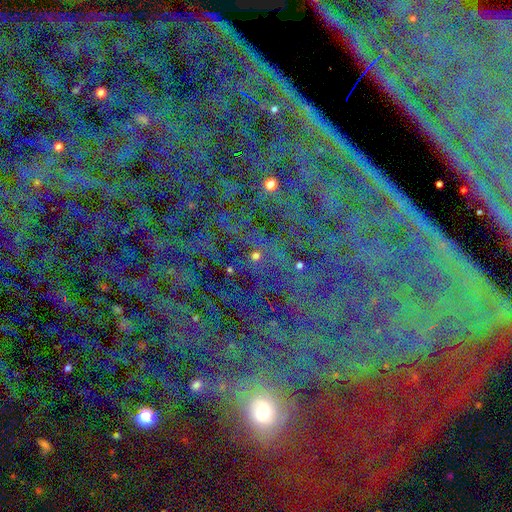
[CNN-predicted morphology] A star or artifact, not a galaxy (82%).

Vote fractions:
- Smooth or featured? star or artifact: 82% / smooth: 10% / featured or disk: 7%